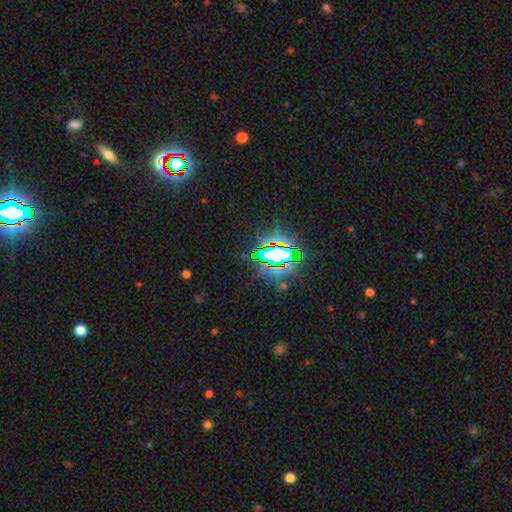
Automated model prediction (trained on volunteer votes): The model was most divided on "smooth or featured": star or artifact: 83%, smooth: 9%, featured or disk: 8%.